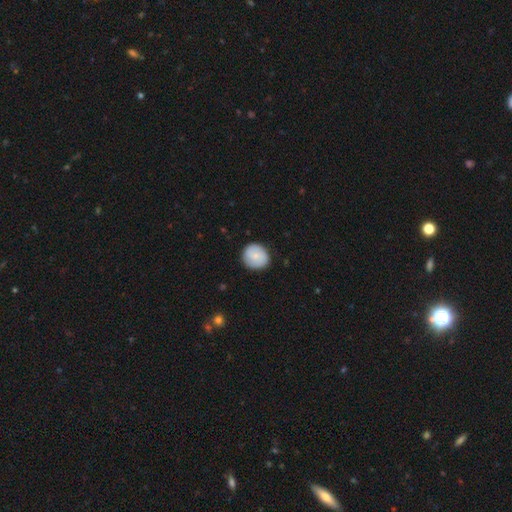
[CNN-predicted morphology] Smooth or featured?
  - smooth: 76% *
  - featured or disk: 18%
  - star or artifact: 6%
How rounded?
  - round: 88% *
  - in between: 11%
  - cigar-shaped: 1%
Merging?
  - none: 87% *
  - minor disturbance: 10%
  - major disturbance: 2%
  - merger: 1%